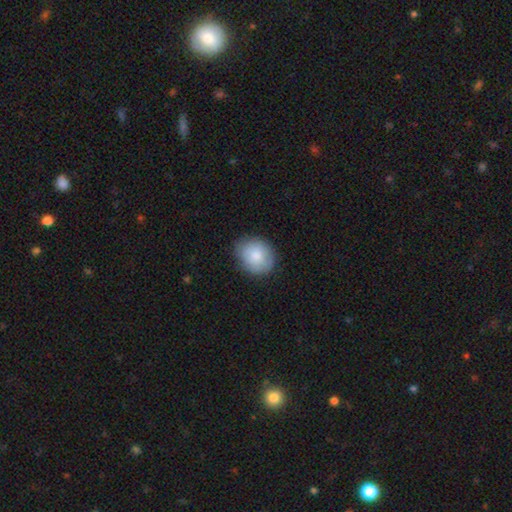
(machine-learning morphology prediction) A smooth galaxy with no disk features (82%) that is round (66%).

Vote fractions:
- Smooth or featured? smooth: 82% / featured or disk: 11% / star or artifact: 7%
- How rounded? round: 66% / in between: 33% / cigar-shaped: 1%
- Merging? none: 80% / minor disturbance: 16% / major disturbance: 3% / merger: 1%